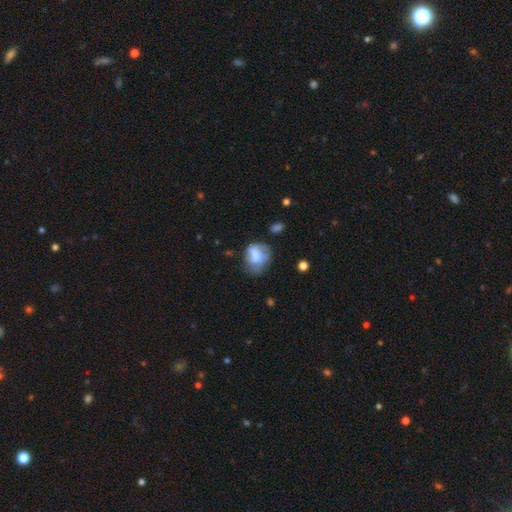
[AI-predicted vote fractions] Morphology: type=smooth (62%); roundness=round (50%); merging=none (40%).